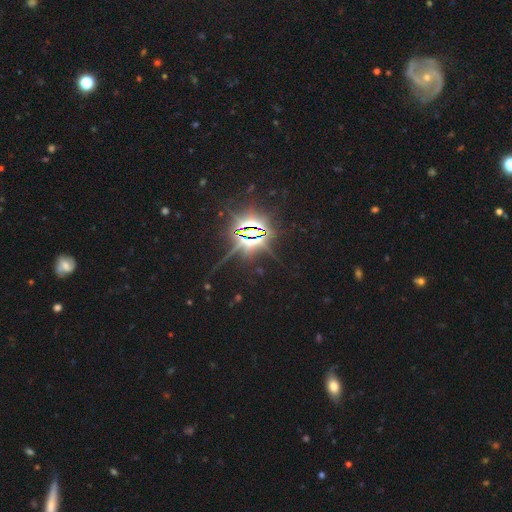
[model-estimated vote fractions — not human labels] Smooth or featured: star or artifact — 81% (smooth — 11%)